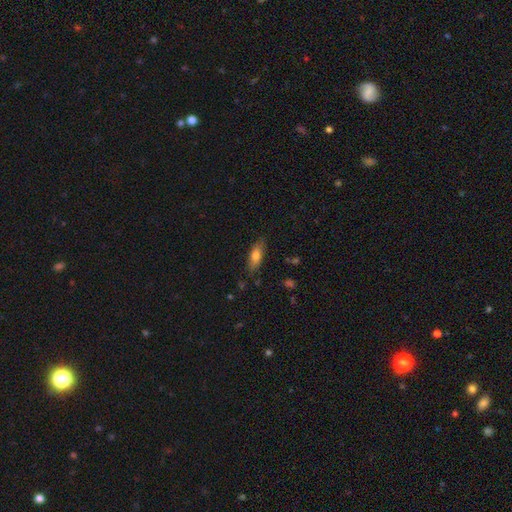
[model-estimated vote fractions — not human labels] A smooth galaxy with no disk features (75%) that is in between round and cigar-shaped (67%).

Vote fractions:
- Smooth or featured? smooth: 75% / featured or disk: 18% / star or artifact: 7%
- How rounded? in between: 67% / cigar-shaped: 30% / round: 3%
- Merging? none: 78% / minor disturbance: 17% / major disturbance: 4% / merger: 2%